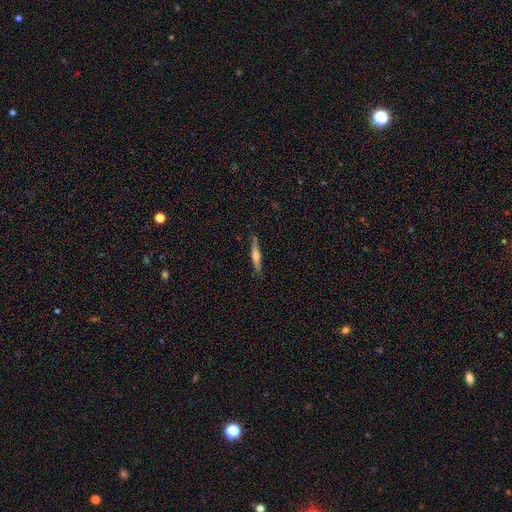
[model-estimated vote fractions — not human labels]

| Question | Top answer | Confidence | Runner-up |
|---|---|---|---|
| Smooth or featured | featured or disk | 60% | smooth (34%) |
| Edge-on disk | yes | 97% | no (3%) |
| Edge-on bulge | rounded | 85% | none (8%) |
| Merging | none | 87% | minor disturbance (10%) |